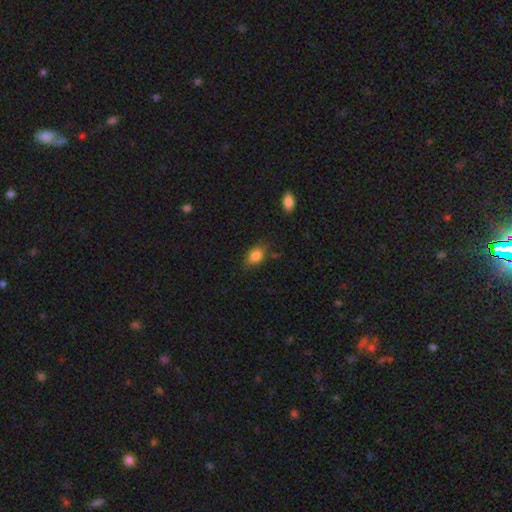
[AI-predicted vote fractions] Morphology: type=smooth (83%); roundness=in between (74%); merging=none (72%).